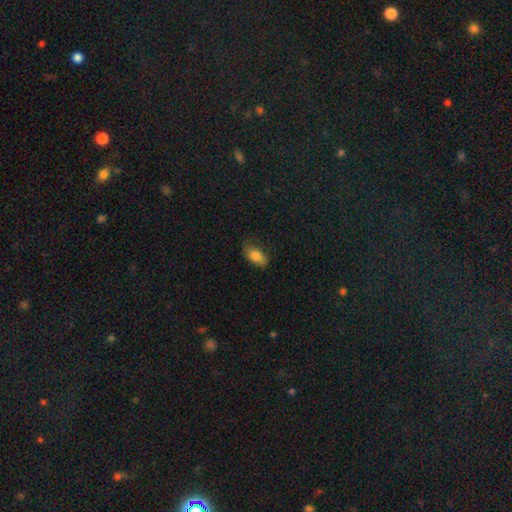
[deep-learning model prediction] smooth_or_featured: smooth (p=0.81) [alt: featured or disk p=0.11]
how_rounded: in between (p=0.89) [alt: round p=0.06]
merging: none (p=0.68) [alt: minor disturbance p=0.24]